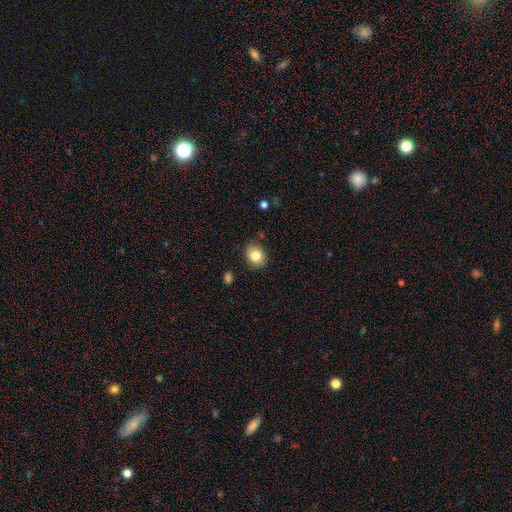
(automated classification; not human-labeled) Morphology: type=smooth (82%); roundness=round (65%); merging=none (84%).